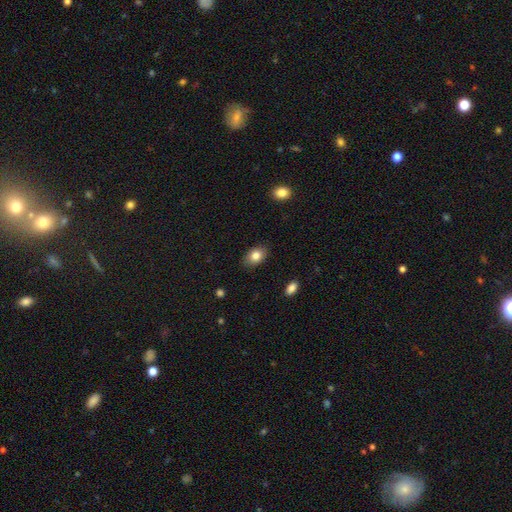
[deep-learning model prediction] Smooth or featured: smooth — 83% (featured or disk — 9%)
How rounded: in between — 84% (round — 15%)
Merging: none — 85% (minor disturbance — 11%)